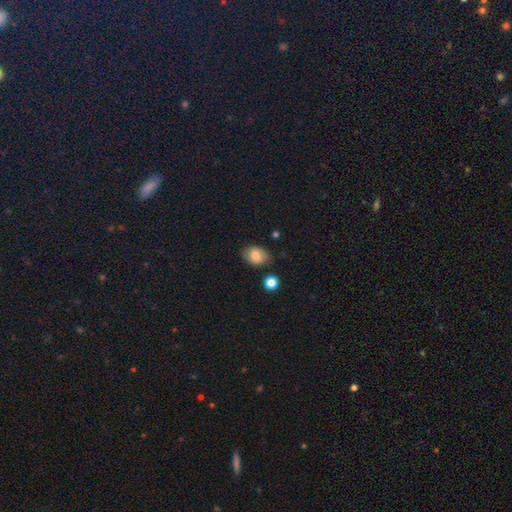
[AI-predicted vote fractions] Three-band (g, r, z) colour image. It shows a smooth galaxy with no disk features (74%) that is in between round and cigar-shaped (75%). Merging: none (78%).